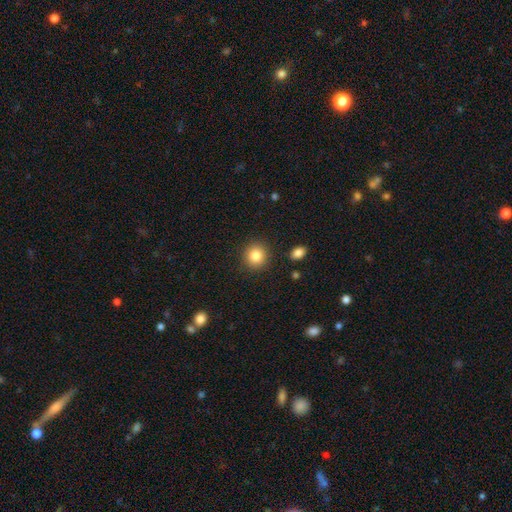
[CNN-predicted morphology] Smooth or featured?
  - smooth: 84% *
  - star or artifact: 10%
  - featured or disk: 6%
How rounded?
  - round: 89% *
  - in between: 10%
  - cigar-shaped: 1%
Merging?
  - none: 90% *
  - minor disturbance: 6%
  - major disturbance: 2%
  - merger: 2%